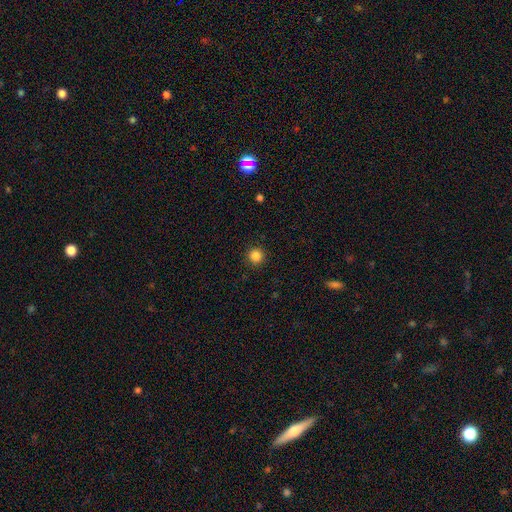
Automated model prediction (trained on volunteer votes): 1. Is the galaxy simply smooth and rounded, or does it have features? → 85% smooth, 12% star or artifact, 4% featured or disk.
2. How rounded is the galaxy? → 96% round, 3% in between, 1% cigar-shaped.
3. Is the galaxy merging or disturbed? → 93% none, 5% minor disturbance, 2% major disturbance, 1% merger.